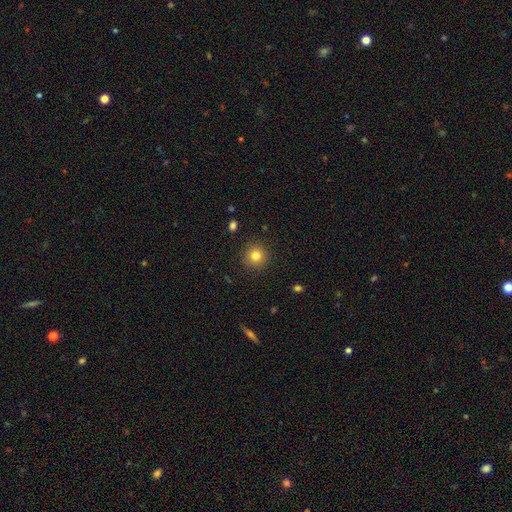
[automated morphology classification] Smooth or featured?
  - smooth: 81% *
  - star or artifact: 12%
  - featured or disk: 7%
How rounded?
  - round: 94% *
  - in between: 5%
  - cigar-shaped: 1%
Merging?
  - none: 90% *
  - minor disturbance: 6%
  - major disturbance: 2%
  - merger: 1%